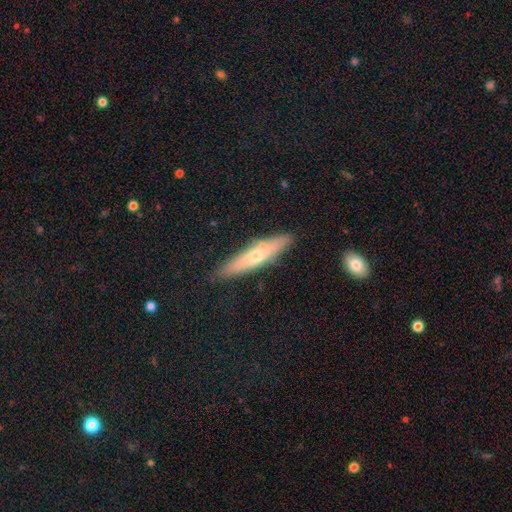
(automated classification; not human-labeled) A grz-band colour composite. It shows a smooth galaxy with no disk features (51%) that is cigar-shaped (85%). Merging: none (85%).